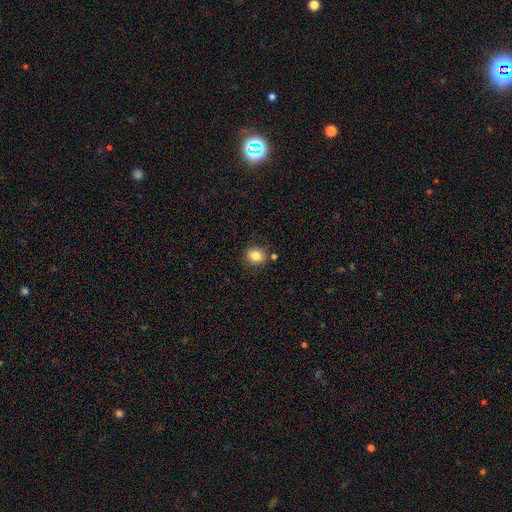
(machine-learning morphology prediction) Q: Smooth or featured?
A: smooth (82%); runner-up: star or artifact (11%)
Q: How rounded?
A: round (76%); runner-up: in between (23%)
Q: Merging?
A: none (81%); runner-up: minor disturbance (11%)